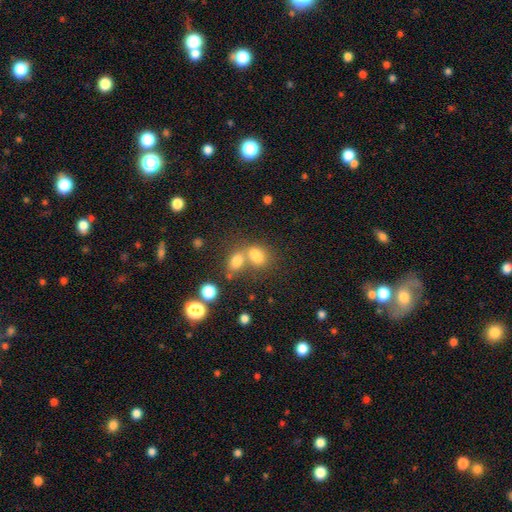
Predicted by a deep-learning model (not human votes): A smooth galaxy with no disk features (71%) that is in between round and cigar-shaped (66%).

Vote fractions:
- Smooth or featured? smooth: 71% / star or artifact: 17% / featured or disk: 12%
- How rounded? in between: 66% / round: 32% / cigar-shaped: 2%
- Merging? merger: 51% / none: 36% / minor disturbance: 9% / major disturbance: 5%